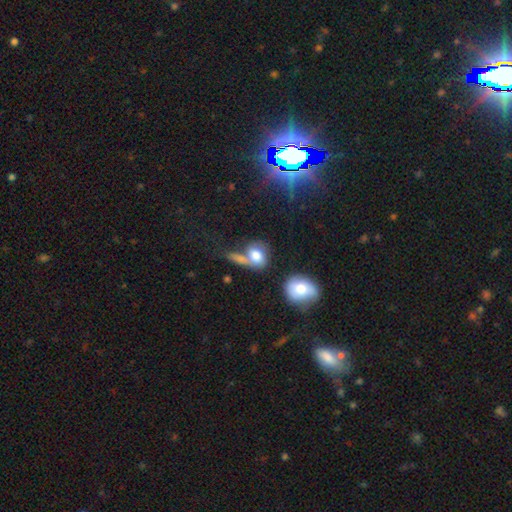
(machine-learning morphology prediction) A smooth galaxy with no disk features (70%) that is in between round and cigar-shaped (56%).

Vote fractions:
- Smooth or featured? smooth: 70% / featured or disk: 19% / star or artifact: 10%
- How rounded? in between: 56% / round: 41% / cigar-shaped: 3%
- Merging? merger: 45% / none: 28% / major disturbance: 15% / minor disturbance: 12%